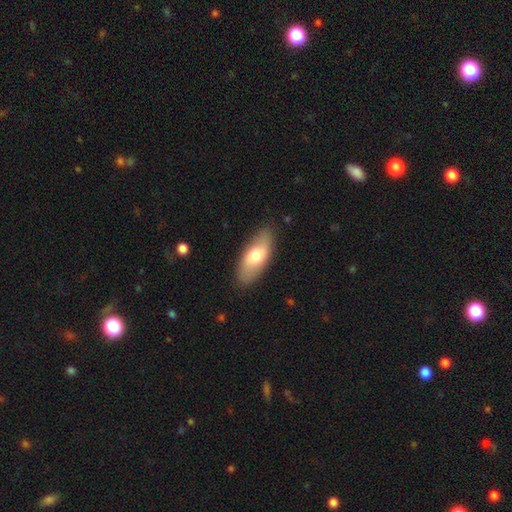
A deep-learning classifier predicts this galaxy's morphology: type=smooth (67%); roundness=in between (83%); merging=none (85%).